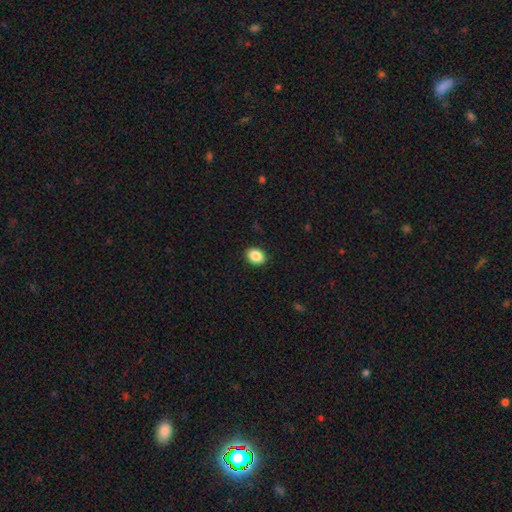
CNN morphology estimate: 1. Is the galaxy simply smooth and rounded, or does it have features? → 88% smooth, 8% star or artifact, 4% featured or disk.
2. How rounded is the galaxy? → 64% in between, 35% round, 1% cigar-shaped.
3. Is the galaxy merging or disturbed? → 90% none, 7% minor disturbance, 2% major disturbance, 1% merger.